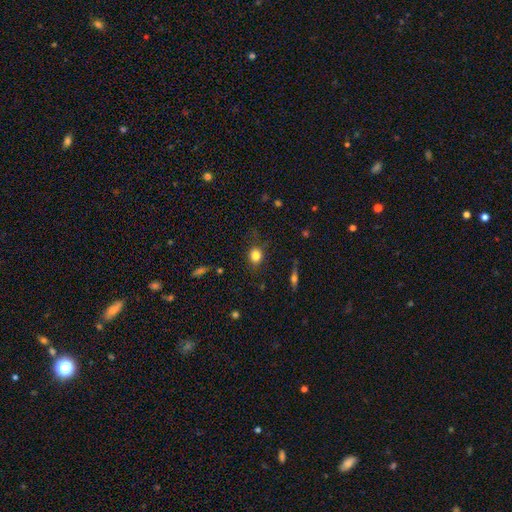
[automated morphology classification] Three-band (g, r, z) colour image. It shows a smooth galaxy with no disk features (82%) that is round (71%). Merging: none (77%).